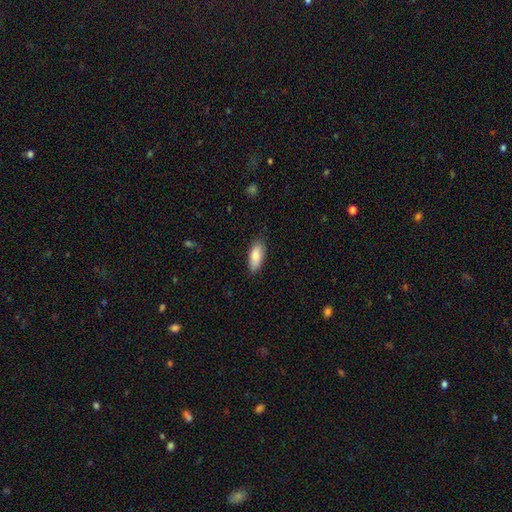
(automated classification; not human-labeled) This is clearly a smooth galaxy (84%). How rounded: clearly in between (83%). Merging: clearly none (81%).